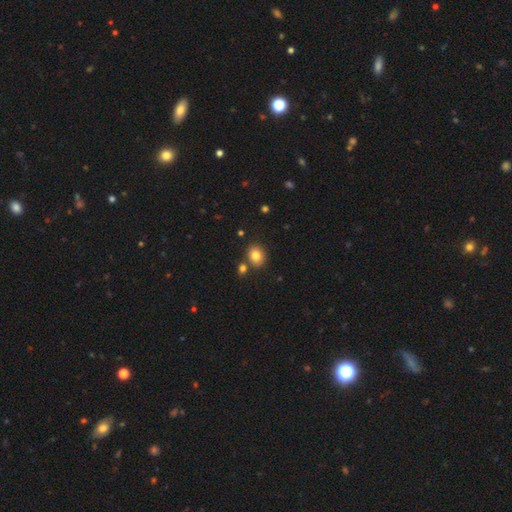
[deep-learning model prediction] This appears to be a smooth galaxy with no disk features (82%) that is round (53%). Merging: none (77%).